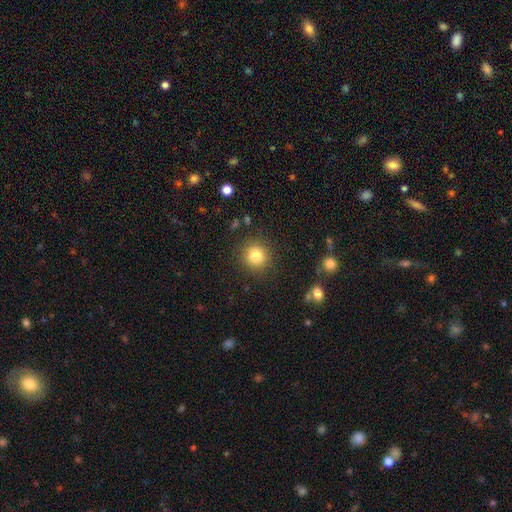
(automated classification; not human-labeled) Smooth or featured? Predicted: smooth (p=0.82). How rounded? Predicted: round (p=0.91). Merging? Predicted: none (p=0.88).